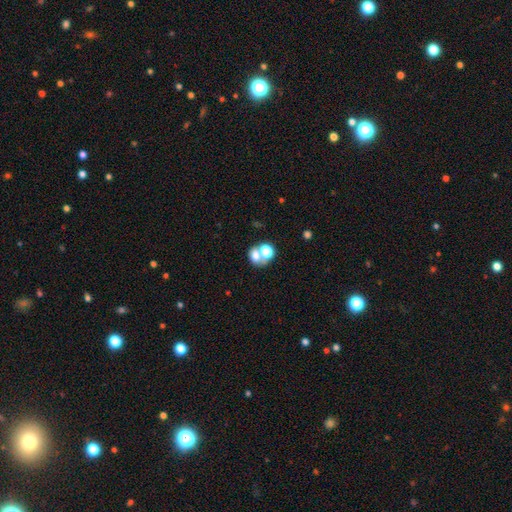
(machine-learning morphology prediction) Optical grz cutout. It shows a smooth galaxy with no disk features (66%) that is round (53%). Merging: merger (52%).